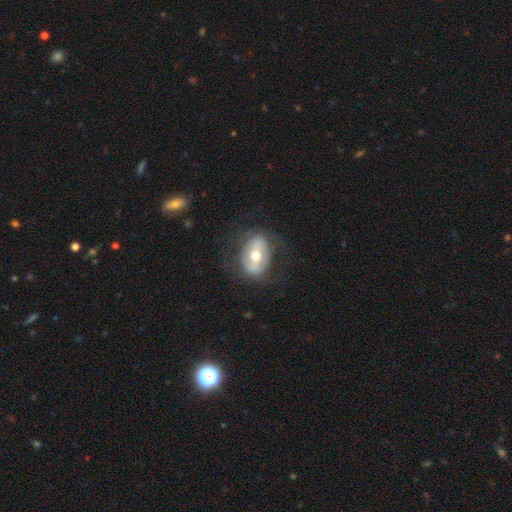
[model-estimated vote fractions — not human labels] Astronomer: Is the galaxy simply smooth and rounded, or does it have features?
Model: featured or disk — 54% (runner-up: smooth, 39%).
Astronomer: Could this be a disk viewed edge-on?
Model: no — 91%.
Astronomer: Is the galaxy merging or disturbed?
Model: none — 71%.